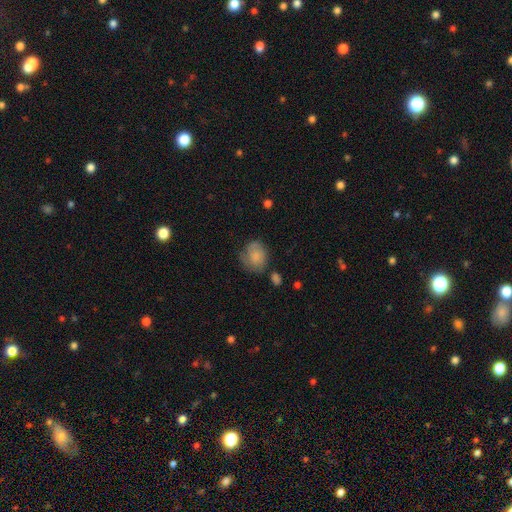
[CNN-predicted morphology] type=smooth (70%); roundness=round (60%); merging=none (54%).